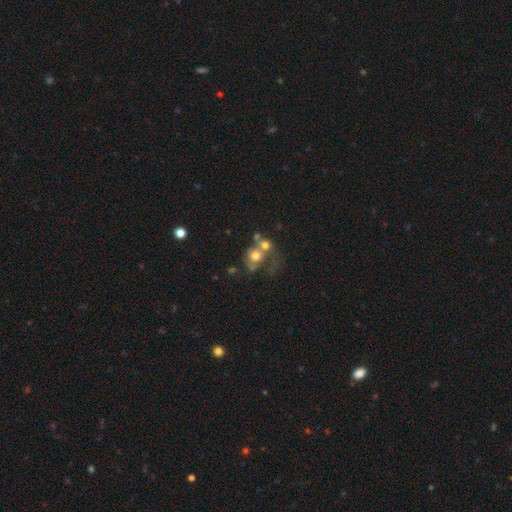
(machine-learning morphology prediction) Smooth or featured: smooth — 60% (featured or disk — 29%)
How rounded: round — 72% (in between — 27%)
Merging: merger — 51% (none — 22%)